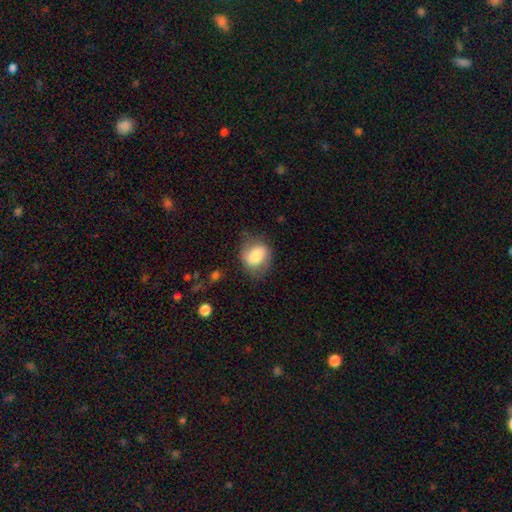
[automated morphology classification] The model was most divided on "how rounded": in between: 56%, round: 43%, cigar-shaped: 1%. More confident: smooth or featured — smooth (75%); merging — none (63%).